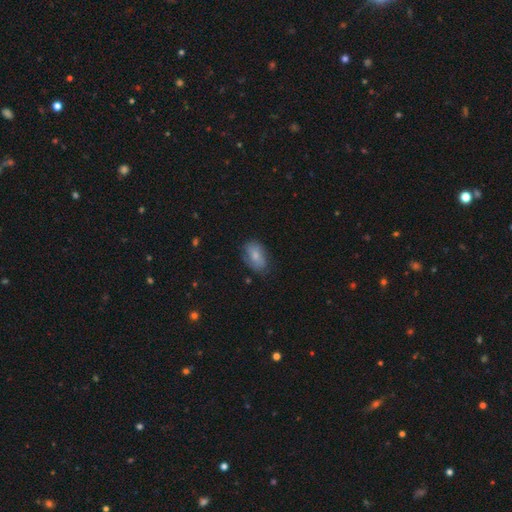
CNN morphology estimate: The model was most divided on "merging": none: 64%, minor disturbance: 27%, major disturbance: 7%, merger: 2%. More confident: how rounded — in between (88%); smooth or featured — smooth (71%).